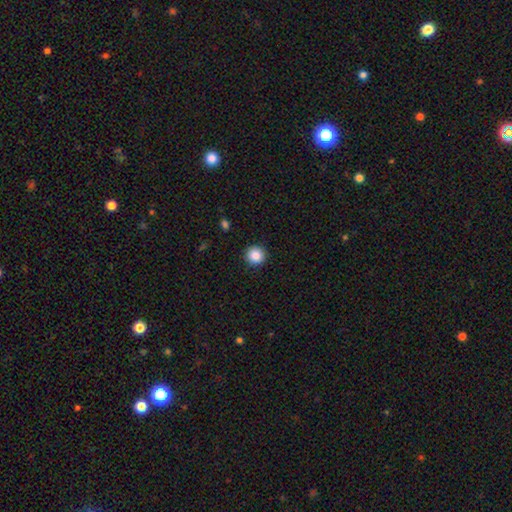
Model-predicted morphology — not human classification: Overall: smooth (86%). How rounded: round (95%). Merging: none (92%).